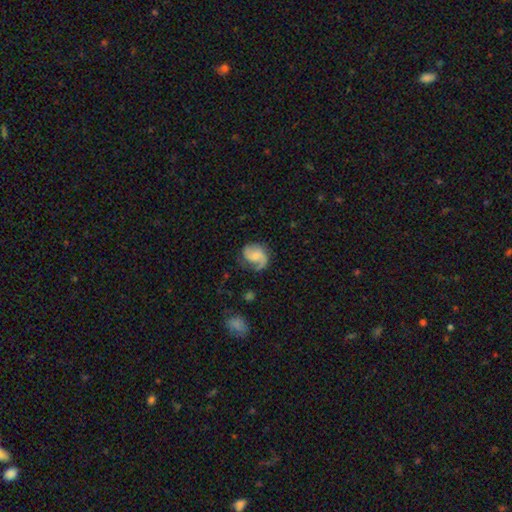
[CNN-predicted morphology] Q: Smooth or featured?
A: featured or disk (71%); runner-up: smooth (23%)
Q: Edge-on disk?
A: no (98%); runner-up: yes (2%)
Q: Bar?
A: no (54%); runner-up: weak (39%)
Q: Spiral arms?
A: yes (94%); runner-up: no (6%)
Q: Spiral winding?
A: medium (45%); runner-up: loose (35%)
Q: Spiral arm count?
A: 2 (64%); runner-up: 1 (28%)
Q: Bulge size?
A: small (35%); runner-up: none (29%)
Q: Merging?
A: none (62%); runner-up: minor disturbance (23%)